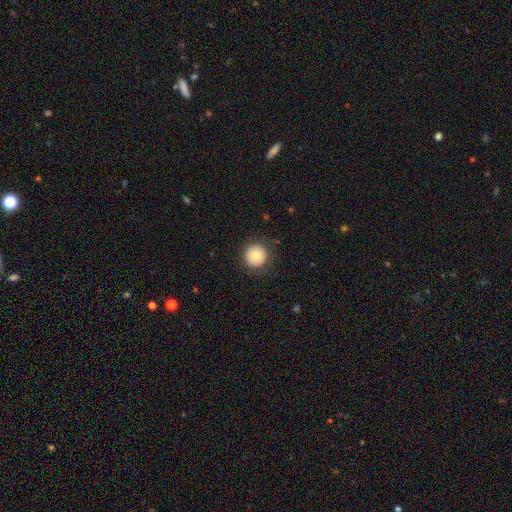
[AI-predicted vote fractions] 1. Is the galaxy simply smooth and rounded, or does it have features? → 83% smooth, 9% star or artifact, 8% featured or disk.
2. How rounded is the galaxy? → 96% round, 3% in between, 1% cigar-shaped.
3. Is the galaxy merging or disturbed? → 86% none, 9% minor disturbance, 3% major disturbance, 1% merger.